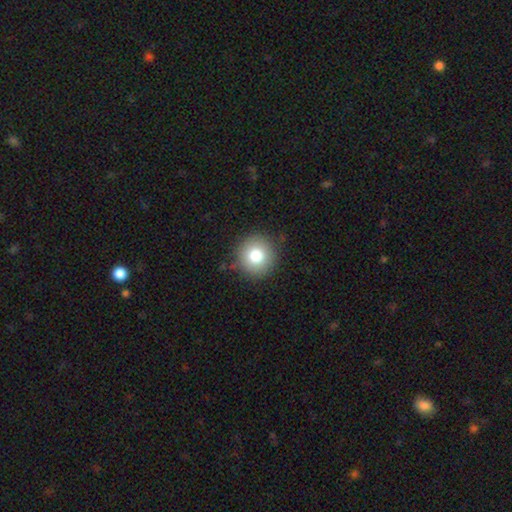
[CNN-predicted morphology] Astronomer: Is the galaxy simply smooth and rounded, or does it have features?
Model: smooth — 79%.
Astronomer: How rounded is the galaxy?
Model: round — 94%.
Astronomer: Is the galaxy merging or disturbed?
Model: none — 87%.